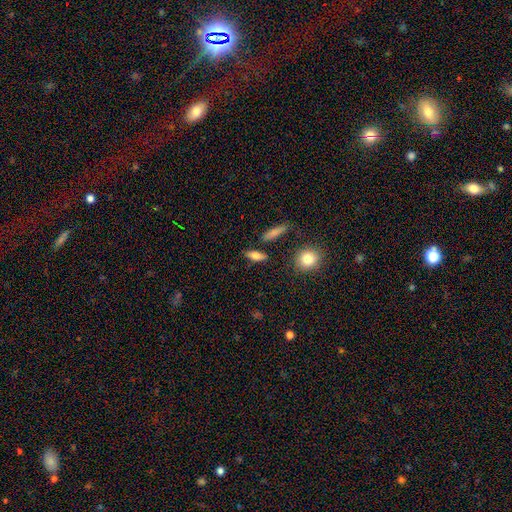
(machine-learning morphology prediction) A smooth galaxy with no disk features (73%) that is in between round and cigar-shaped (62%).

Vote fractions:
- Smooth or featured? smooth: 73% / featured or disk: 18% / star or artifact: 9%
- How rounded? in between: 62% / cigar-shaped: 31% / round: 7%
- Merging? none: 82% / minor disturbance: 11% / merger: 5% / major disturbance: 3%